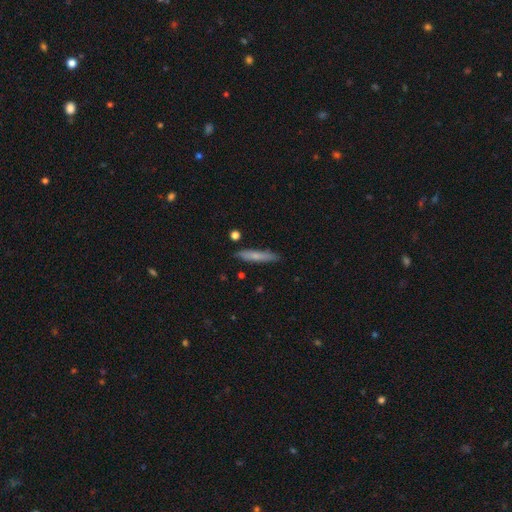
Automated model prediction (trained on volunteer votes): Smooth or featured? Predicted: smooth (p=0.68). How rounded? Predicted: cigar-shaped (p=0.91). Merging? Predicted: none (p=0.86).